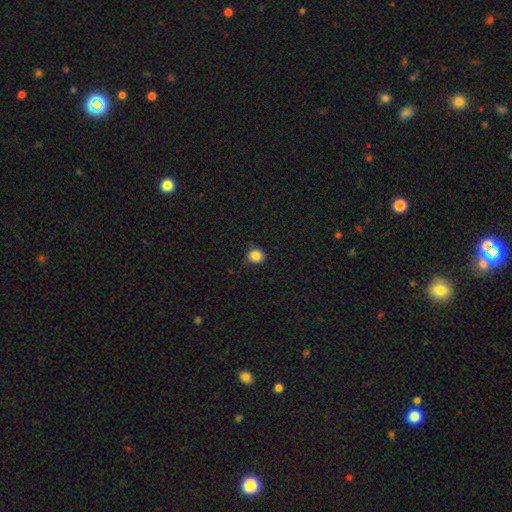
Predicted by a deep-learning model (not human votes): Smooth or featured?
  - smooth: 85% *
  - star or artifact: 11%
  - featured or disk: 4%
How rounded?
  - round: 78% *
  - in between: 21%
  - cigar-shaped: 1%
Merging?
  - none: 76% *
  - minor disturbance: 19%
  - major disturbance: 3%
  - merger: 1%